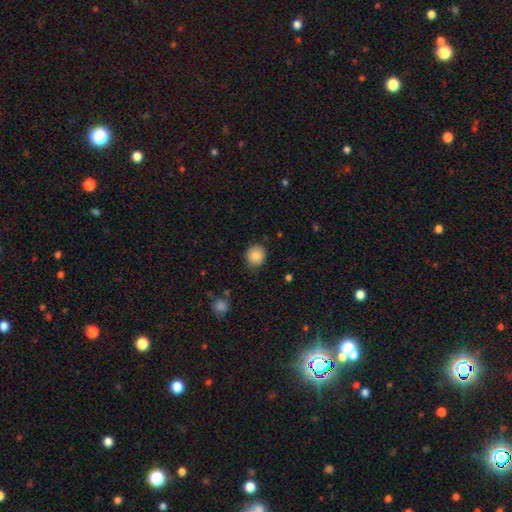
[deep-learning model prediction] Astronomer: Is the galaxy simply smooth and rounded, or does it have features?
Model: smooth — 84%.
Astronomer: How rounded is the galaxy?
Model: round — 84%.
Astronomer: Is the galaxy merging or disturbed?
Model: none — 86%.